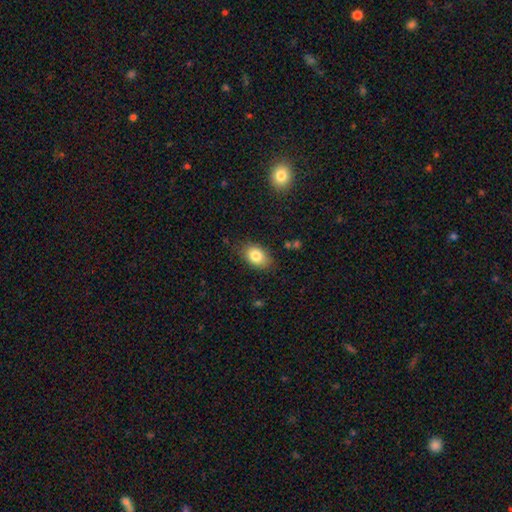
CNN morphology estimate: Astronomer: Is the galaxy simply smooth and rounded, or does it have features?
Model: smooth — 82%.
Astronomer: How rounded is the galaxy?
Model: in between — 85%.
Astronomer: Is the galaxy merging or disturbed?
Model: none — 81%.